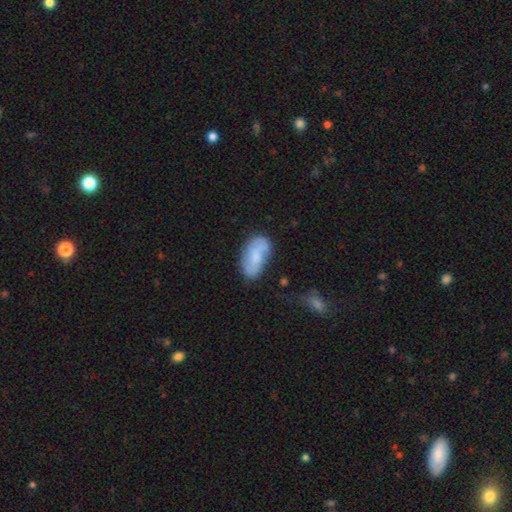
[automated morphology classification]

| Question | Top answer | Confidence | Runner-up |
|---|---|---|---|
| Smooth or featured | smooth | 50% | featured or disk (44%) |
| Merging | none | 64% | minor disturbance (24%) |